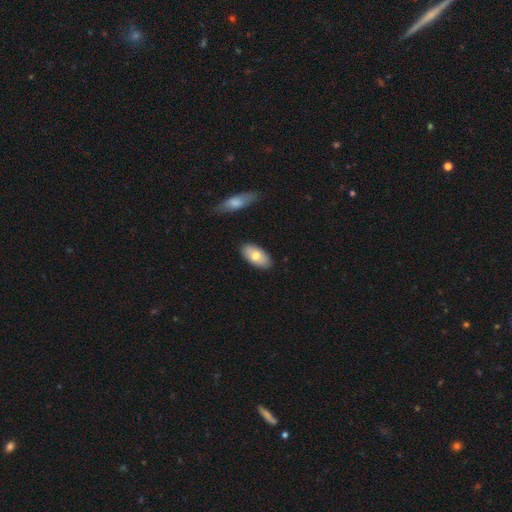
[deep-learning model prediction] The model was most divided on "smooth or featured": smooth: 74%, featured or disk: 20%, star or artifact: 6%. More confident: how rounded — in between (94%); merging — none (86%).